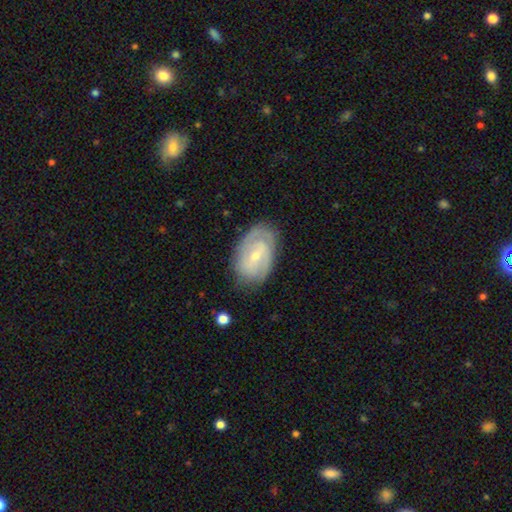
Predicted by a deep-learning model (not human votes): A featured or disk galaxy (76%) with a weak bar (51%), 2 (54%) tight (56%) spiral arms (90%) and a small central bulge (64%). Merging: none (75%).